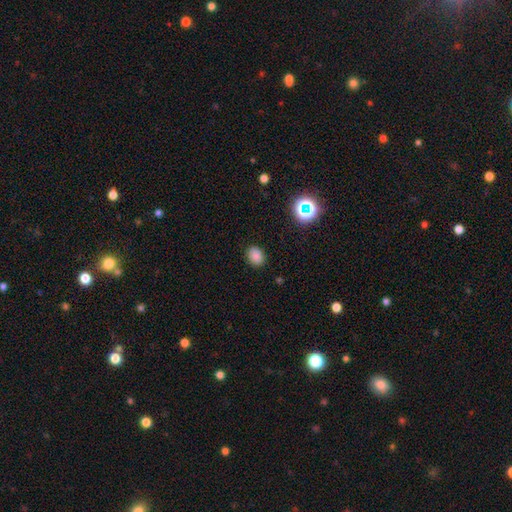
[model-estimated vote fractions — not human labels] The model was most divided on "how rounded": in between: 58%, round: 41%, cigar-shaped: 1%. More confident: merging — none (87%); smooth or featured — smooth (82%).